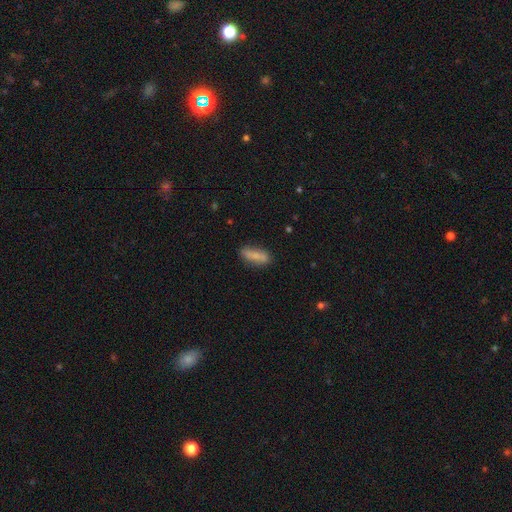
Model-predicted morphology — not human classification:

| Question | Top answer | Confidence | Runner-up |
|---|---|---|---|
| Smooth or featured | smooth | 77% | featured or disk (16%) |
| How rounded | in between | 55% | cigar-shaped (42%) |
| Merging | none | 77% | minor disturbance (15%) |